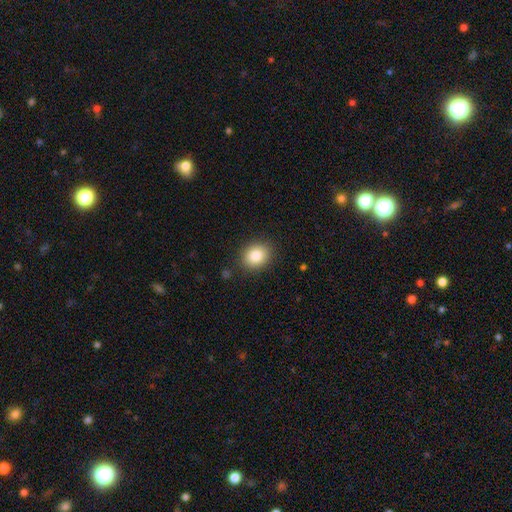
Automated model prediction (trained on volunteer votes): smooth_or_featured: smooth (p=0.85) [alt: star or artifact p=0.09]
how_rounded: round (p=0.59) [alt: in between p=0.40]
merging: none (p=0.87) [alt: minor disturbance p=0.09]